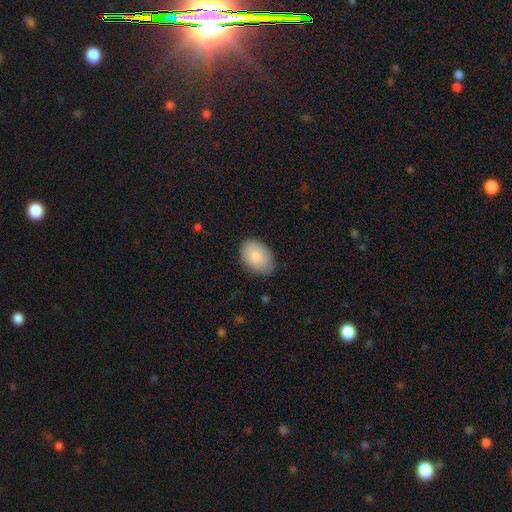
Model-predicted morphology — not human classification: smooth 84%, featured or disk 10%, star or artifact 6%. Down the decision tree: how rounded — in between (87%); merging — none (80%).